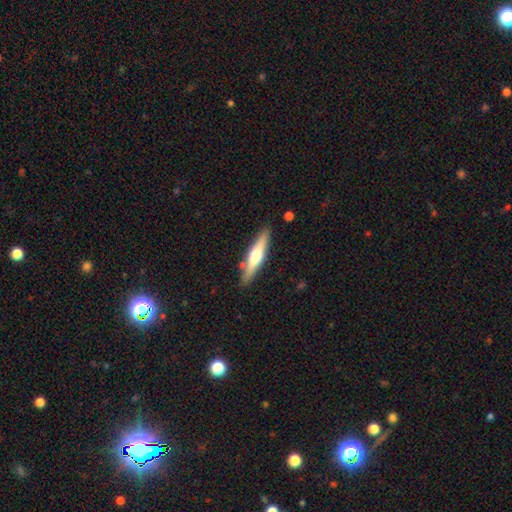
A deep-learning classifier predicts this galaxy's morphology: This appears to be a featured or disk galaxy (54%) viewed edge-on (95%) with a rounded central bulge (90%). Merging: none (86%).